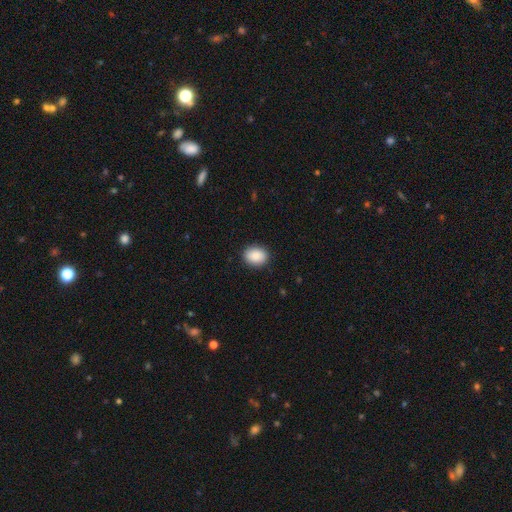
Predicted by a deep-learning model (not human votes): Smooth or featured: smooth — 90% (star or artifact — 7%)
How rounded: in between — 64% (round — 35%)
Merging: none — 89% (minor disturbance — 8%)